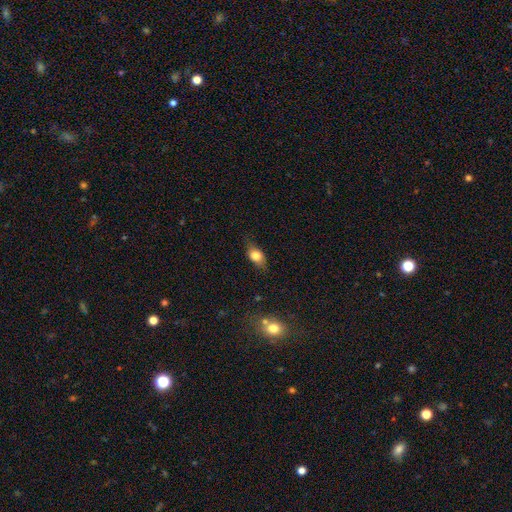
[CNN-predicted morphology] A smooth galaxy with no disk features (76%) that is in between round and cigar-shaped (78%). Merging: none (75%).